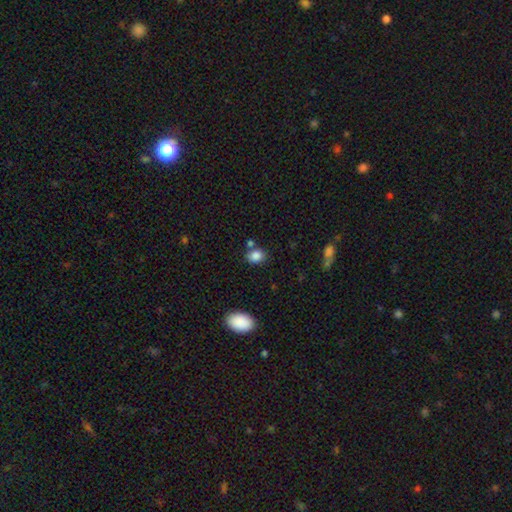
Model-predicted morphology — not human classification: Smooth or featured? Predicted: smooth (p=0.85). How rounded? Predicted: in between (p=0.56). Merging? Predicted: none (p=0.68).